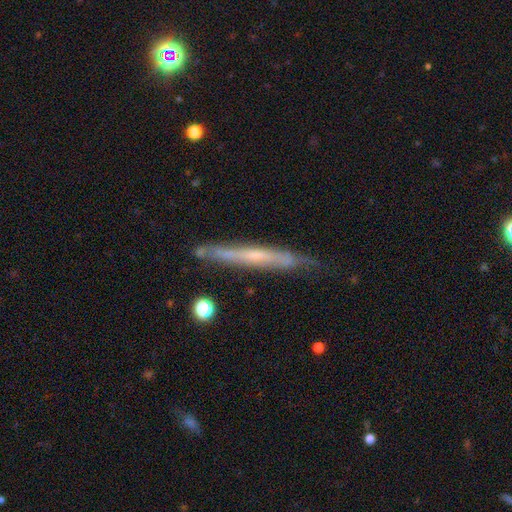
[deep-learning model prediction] featured or disk 61%, smooth 33%, star or artifact 6%. Down the decision tree: edge-on disk — yes (89%); edge-on bulge — none (69%); merging — none (72%).